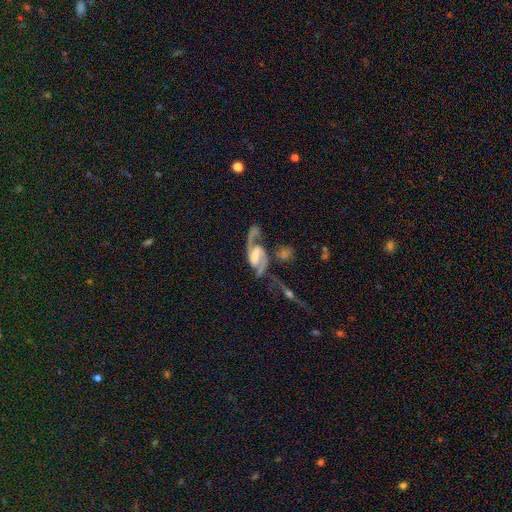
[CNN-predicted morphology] smooth_or_featured: featured or disk (p=0.89) [alt: smooth p=0.06]
disk_edge_on: no (p=0.96) [alt: yes p=0.04]
bar: weak (p=0.43) [alt: strong p=0.37]
has_spiral_arms: yes (p=0.96) [alt: no p=0.04]
spiral_winding: medium (p=0.47) [alt: loose p=0.40]
spiral_arm_count: 2 (p=0.90) [alt: 1 p=0.05]
bulge_size: moderate (p=0.31) [alt: none p=0.25]
merging: none (p=0.49) [alt: major disturbance p=0.18]